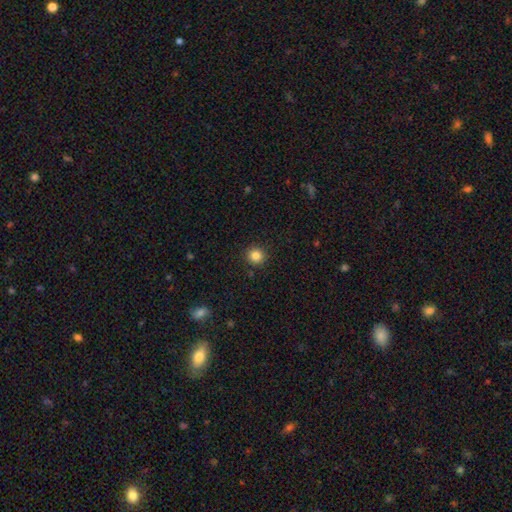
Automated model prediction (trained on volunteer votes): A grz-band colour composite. It shows a smooth galaxy with no disk features (84%) that is round (94%). Merging: none (91%).